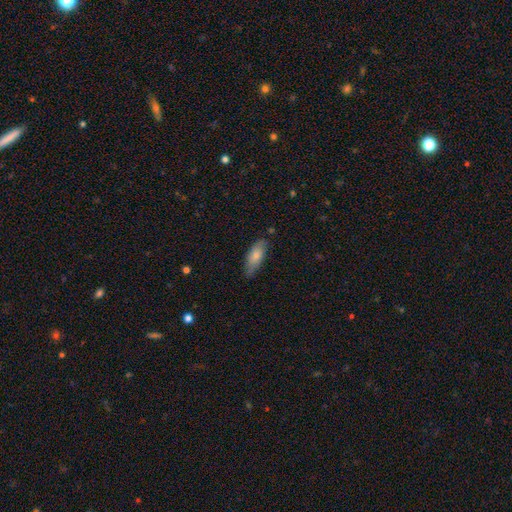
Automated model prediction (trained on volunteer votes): Smooth or featured? smooth (76%)
How rounded? in between (74%)
Merging? none (75%)